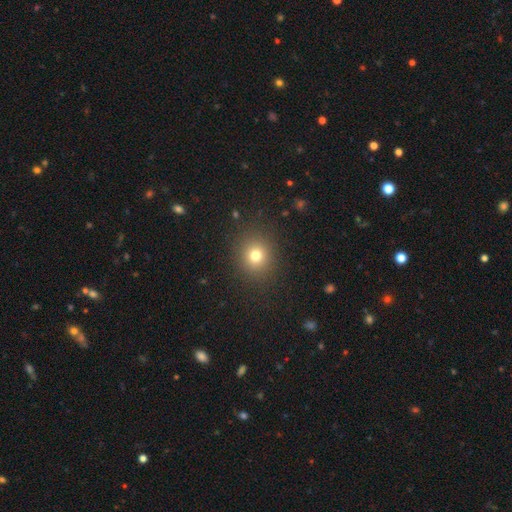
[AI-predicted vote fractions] Morphology: type=smooth (76%); roundness=round (84%); merging=none (88%).